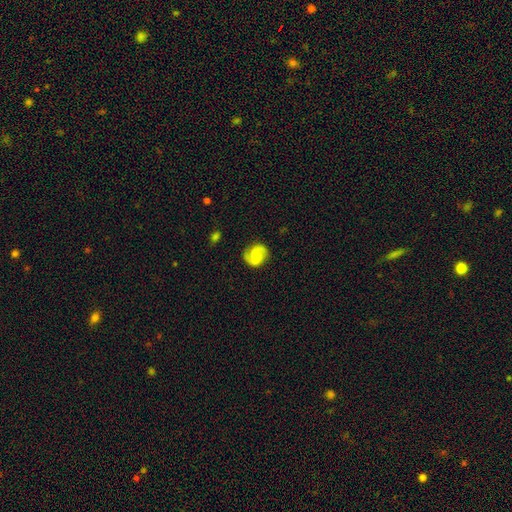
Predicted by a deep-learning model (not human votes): This appears to be a featured or disk galaxy (74%) with no bar (46%), 2 (91%) medium (53%) spiral arms (96%) and a small central bulge (44%). Merging: none (82%).